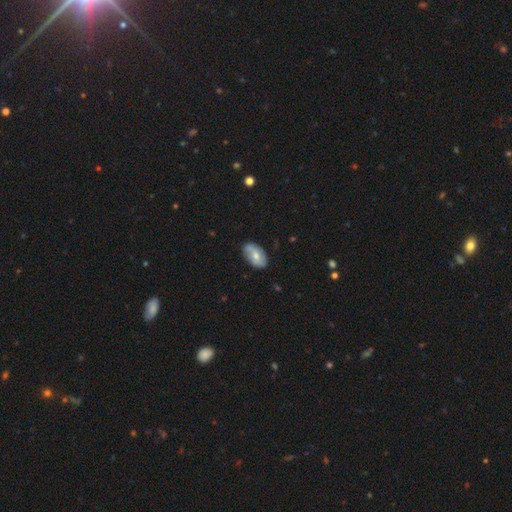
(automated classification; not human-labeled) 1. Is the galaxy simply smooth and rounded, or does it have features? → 52% smooth, 41% featured or disk, 7% star or artifact.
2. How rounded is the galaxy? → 92% in between, 6% round, 2% cigar-shaped.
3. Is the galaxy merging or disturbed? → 70% none, 23% minor disturbance, 4% major disturbance, 2% merger.